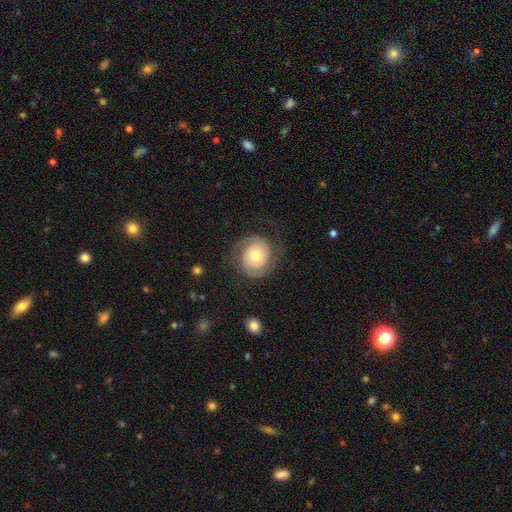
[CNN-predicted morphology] Smooth or featured? Predicted: featured or disk (p=0.82). Edge-on disk? Predicted: no (p=0.98). Bar? Predicted: no (p=0.75). Spiral arms? Predicted: yes (p=0.96). Spiral winding? Predicted: tight (p=0.62). Spiral arm count? Predicted: 2 (p=0.86). Bulge size? Predicted: moderate (p=0.67). Merging? Predicted: none (p=0.76).